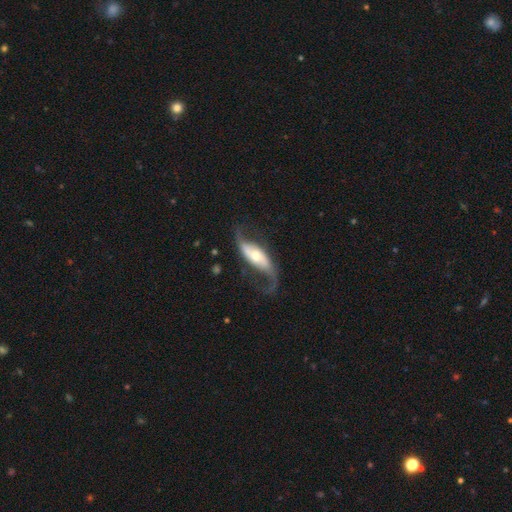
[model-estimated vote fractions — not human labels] Smooth or featured? Predicted: featured or disk (p=0.83). Edge-on disk? Predicted: no (p=0.88). Bar? Predicted: no (p=0.41). Spiral arms? Predicted: yes (p=0.93). Spiral winding? Predicted: loose (p=0.83). Spiral arm count? Predicted: 2 (p=0.90). Bulge size? Predicted: moderate (p=0.55). Merging? Predicted: none (p=0.62).